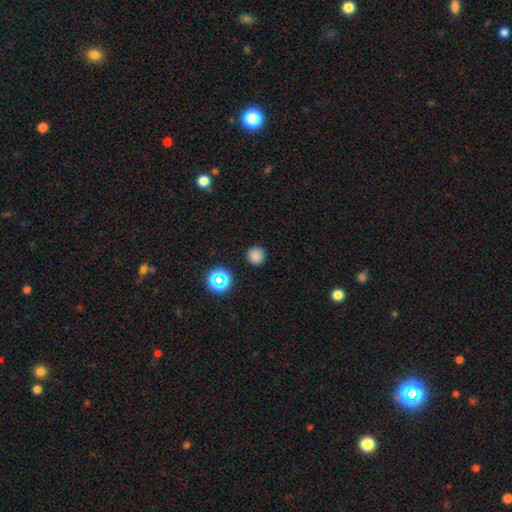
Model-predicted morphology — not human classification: smooth-or-featured: smooth: 80% | star or artifact: 16% | featured or disk: 4%
  how-rounded: round: 95% | in between: 4% | cigar-shaped: 1%
  merging: none: 91% | minor disturbance: 5% | major disturbance: 2% | merger: 1%